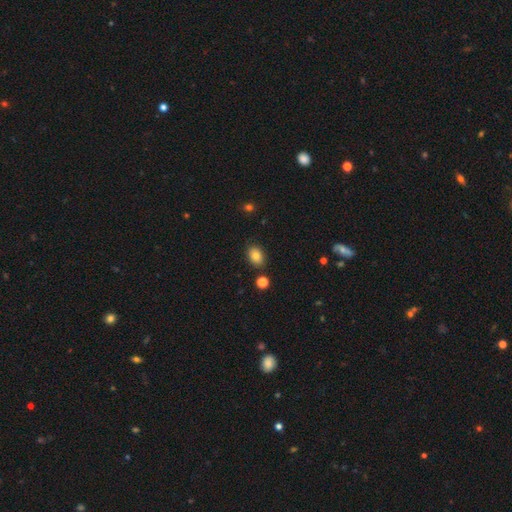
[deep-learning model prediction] smooth_or_featured: smooth (p=0.82) [alt: star or artifact p=0.10]
how_rounded: in between (p=0.76) [alt: round p=0.23]
merging: none (p=0.84) [alt: minor disturbance p=0.10]